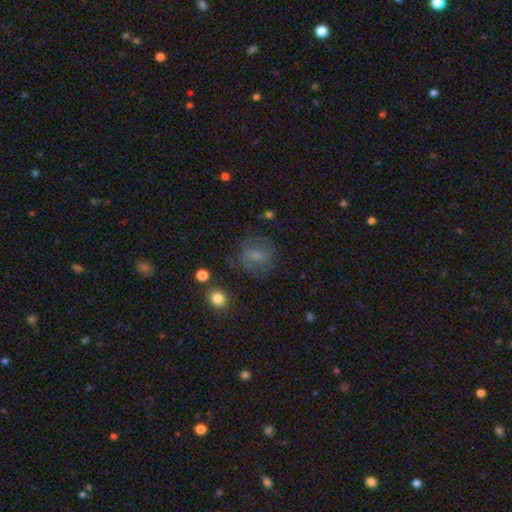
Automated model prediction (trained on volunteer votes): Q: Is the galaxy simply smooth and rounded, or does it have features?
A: smooth — 50%.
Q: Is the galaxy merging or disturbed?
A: none — 65%.